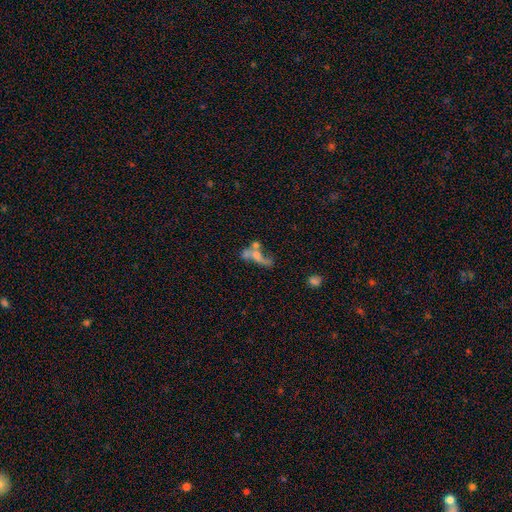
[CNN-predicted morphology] smooth-or-featured: featured or disk: 53% | smooth: 35% | star or artifact: 12%
  disk-edge-on: no: 86% | yes: 14%
  merging: merger: 43% | none: 27% | major disturbance: 18% | minor disturbance: 13%